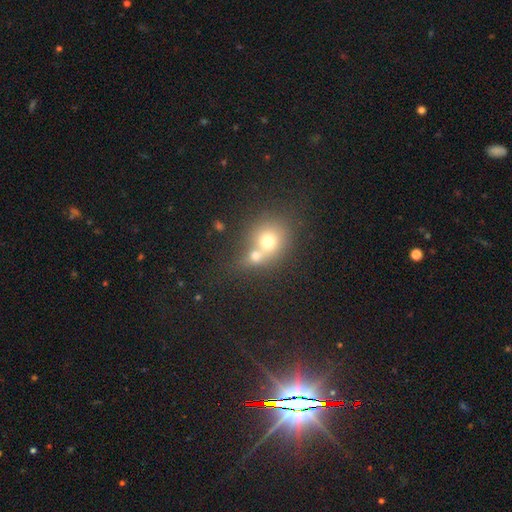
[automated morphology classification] A smooth galaxy with no disk features (68%) that is round (72%).

Vote fractions:
- Smooth or featured? smooth: 68% / featured or disk: 18% / star or artifact: 14%
- How rounded? round: 72% / in between: 26% / cigar-shaped: 2%
- Merging? merger: 63% / none: 27% / minor disturbance: 6% / major disturbance: 4%